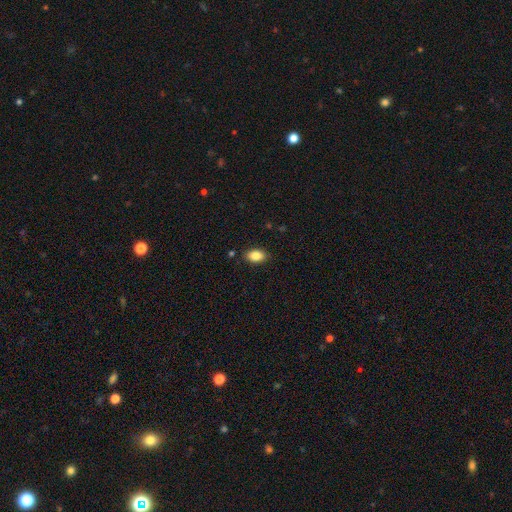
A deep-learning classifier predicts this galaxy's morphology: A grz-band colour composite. It shows a smooth galaxy with no disk features (86%) that is in between round and cigar-shaped (89%). Merging: none (86%).